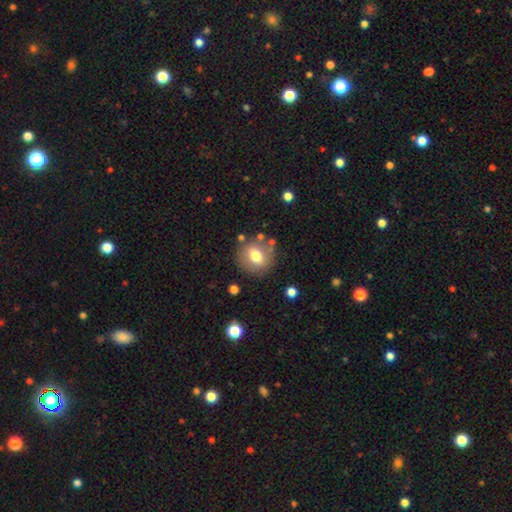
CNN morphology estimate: The model was most divided on "smooth or featured": smooth: 67%, featured or disk: 23%, star or artifact: 10%. More confident: merging — none (80%); how rounded — round (80%).